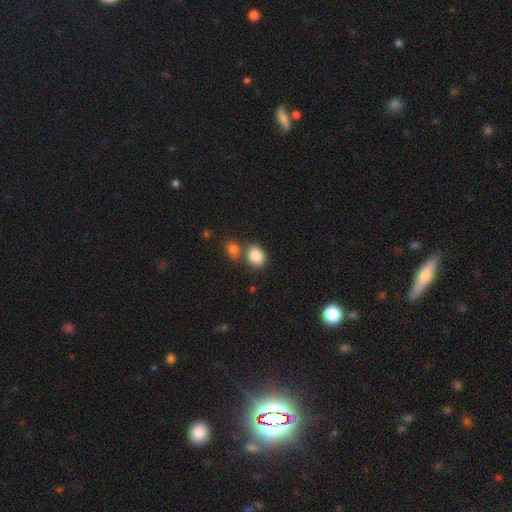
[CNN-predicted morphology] This is clearly a smooth galaxy (86%). How rounded: likely in between (72%). Merging: possibly none (58%).